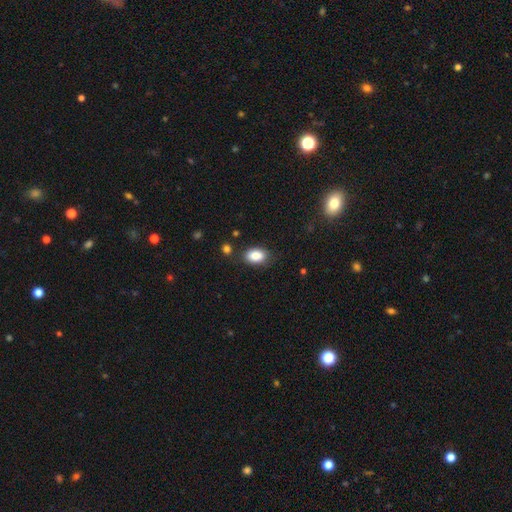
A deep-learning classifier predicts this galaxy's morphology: smooth_or_featured: smooth (p=0.87) [alt: star or artifact p=0.08]
how_rounded: in between (p=0.89) [alt: round p=0.09]
merging: none (p=0.78) [alt: minor disturbance p=0.15]